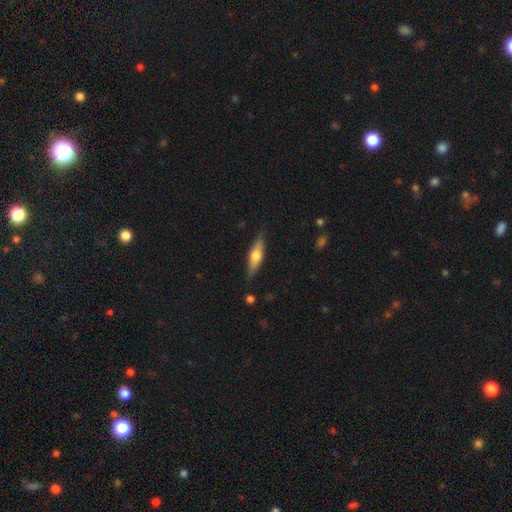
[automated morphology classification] This appears to be a smooth galaxy with no disk features (52%) that is cigar-shaped (56%). Merging: none (82%).